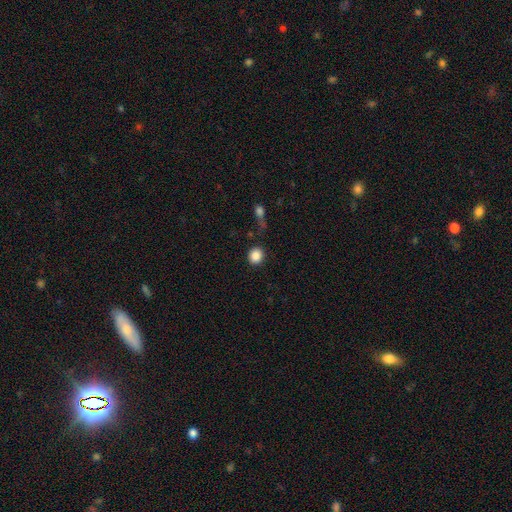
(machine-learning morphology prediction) Smooth or featured? Predicted: smooth (p=0.87). How rounded? Predicted: round (p=0.81). Merging? Predicted: none (p=0.84).